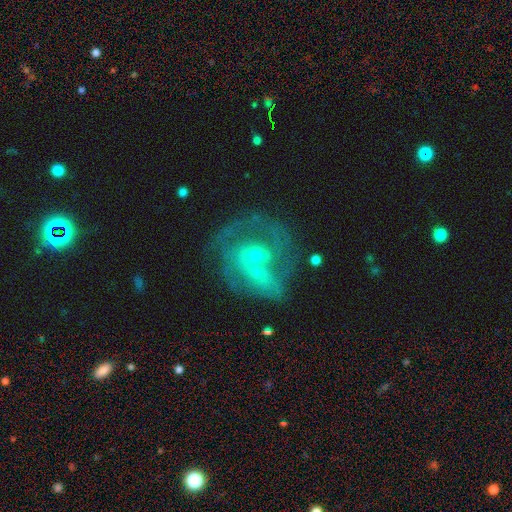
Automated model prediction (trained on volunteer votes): The model was most divided on "spiral winding": medium: 42%, tight: 40%, loose: 18%. Remaining: edge-on disk — no (97%); spiral arms — yes (78%); smooth or featured — featured or disk (76%); bulge size — small (67%); bar — no (54%); merging — none (47%); spiral arm count — 2 (39%).